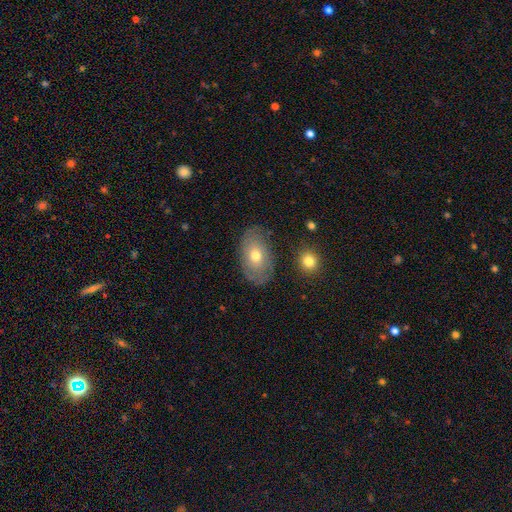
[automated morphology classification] Smooth or featured?
  - smooth: 64% *
  - featured or disk: 28%
  - star or artifact: 8%
How rounded?
  - in between: 90% *
  - round: 8%
  - cigar-shaped: 1%
Merging?
  - none: 78% *
  - minor disturbance: 16%
  - major disturbance: 4%
  - merger: 2%